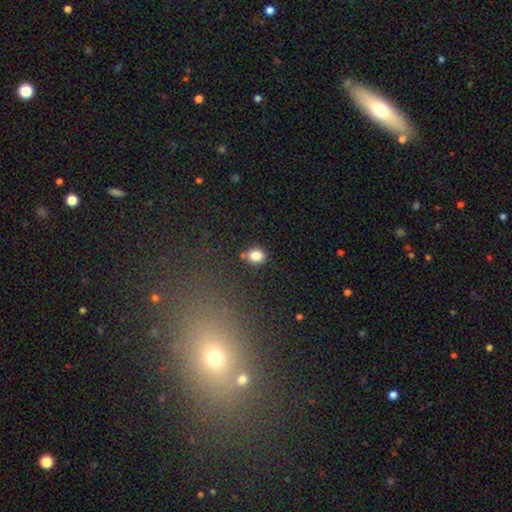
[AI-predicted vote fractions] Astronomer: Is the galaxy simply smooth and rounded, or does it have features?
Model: smooth — 83%.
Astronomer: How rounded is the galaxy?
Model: round — 57% (runner-up: in between, 41%).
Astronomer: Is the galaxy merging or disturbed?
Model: none — 82%.